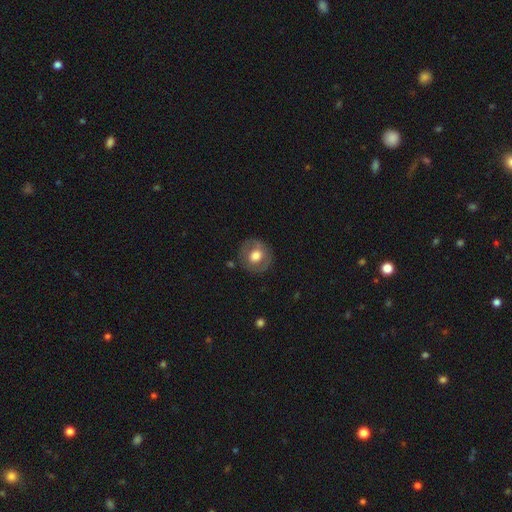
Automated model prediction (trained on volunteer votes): Overall: smooth (56%; featured or disk 37%). How rounded: round (86%). Merging: none (81%).